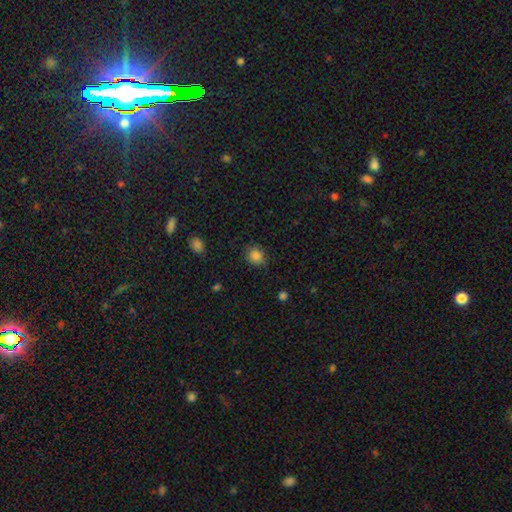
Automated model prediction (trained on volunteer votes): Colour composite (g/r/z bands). It shows a smooth galaxy with no disk features (84%) that is round (80%). Merging: none (80%).